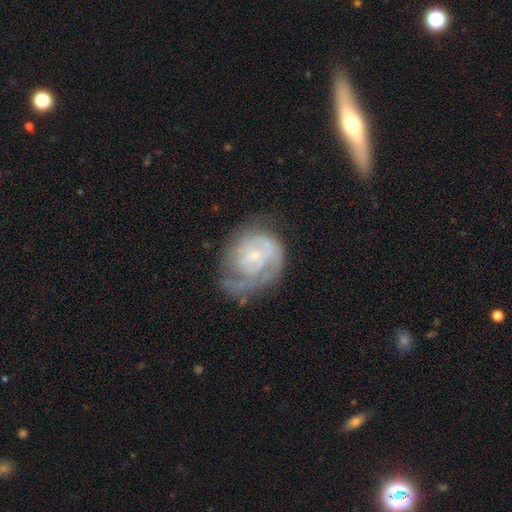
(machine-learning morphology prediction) Smooth or featured?
  - featured or disk: 76% *
  - smooth: 18%
  - star or artifact: 7%
Edge-on disk?
  - no: 98% *
  - yes: 2%
Bar?
  - no: 70% *
  - weak: 26%
  - strong: 4%
Spiral arms?
  - yes: 84% *
  - no: 16%
Spiral winding?
  - tight: 60% *
  - medium: 29%
  - loose: 11%
Spiral arm count?
  - can't tell: 35% *
  - 2: 28%
  - 1: 20%
  - 3: 10%
  - 4: 3%
  - more than 4: 3%
Bulge size?
  - small: 71% *
  - moderate: 19%
  - none: 7%
  - large: 2%
  - dominant: 1%
Merging?
  - none: 48% *
  - minor disturbance: 26%
  - major disturbance: 24%
  - merger: 3%